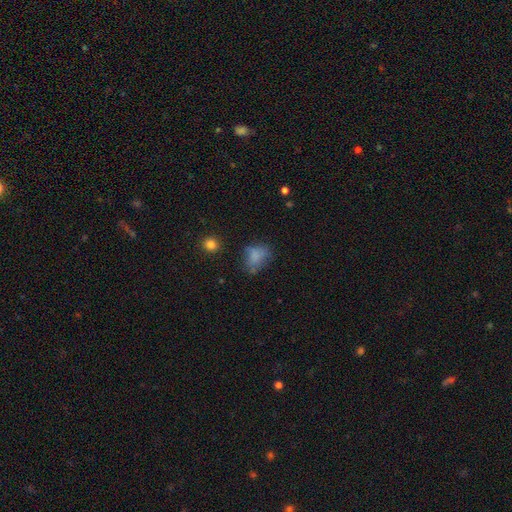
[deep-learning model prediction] Overall: smooth (70%). How rounded: in between (67%; round 32%). Merging: none (49%; minor disturbance 27%).